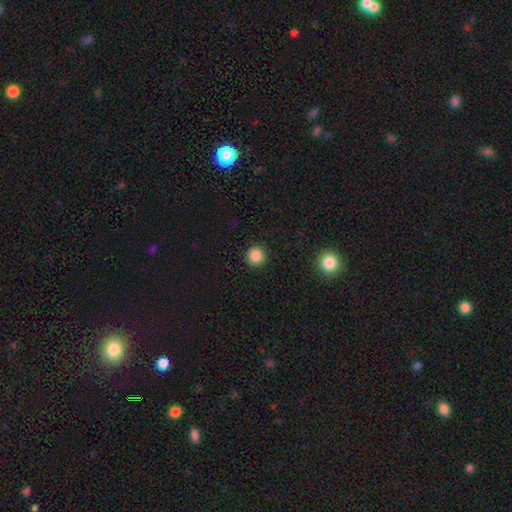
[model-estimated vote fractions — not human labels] A smooth galaxy with no disk features (86%) that is round (95%).

Vote fractions:
- Smooth or featured? smooth: 86% / star or artifact: 11% / featured or disk: 3%
- How rounded? round: 95% / in between: 4% / cigar-shaped: 1%
- Merging? none: 92% / minor disturbance: 5% / major disturbance: 2% / merger: 1%